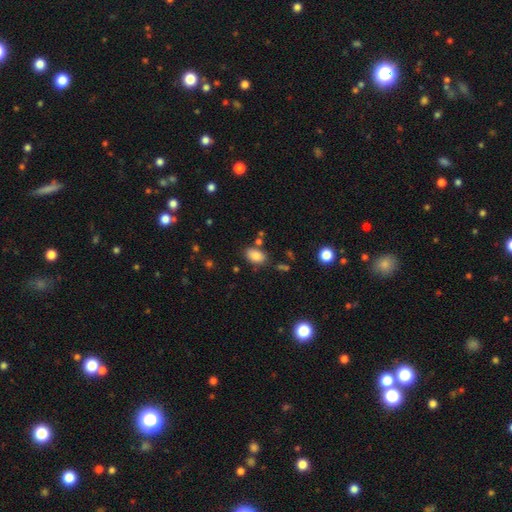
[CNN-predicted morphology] This appears to be a smooth galaxy with no disk features (85%) that is in between round and cigar-shaped (88%). Merging: none (77%).